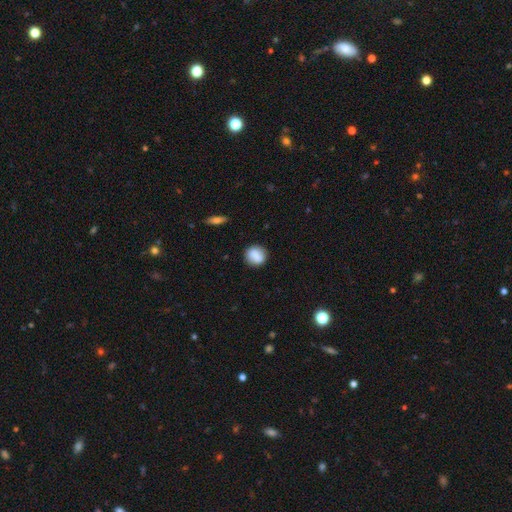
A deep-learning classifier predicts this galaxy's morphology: A smooth galaxy with no disk features (84%) that is round (81%).

Vote fractions:
- Smooth or featured? smooth: 84% / star or artifact: 8% / featured or disk: 8%
- How rounded? round: 81% / in between: 18% / cigar-shaped: 1%
- Merging? none: 83% / minor disturbance: 12% / major disturbance: 3% / merger: 2%